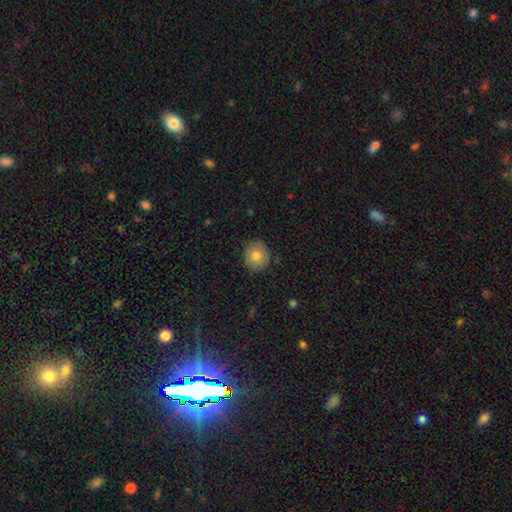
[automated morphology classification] A smooth galaxy with no disk features (78%) that is round (84%).

Vote fractions:
- Smooth or featured? smooth: 78% / featured or disk: 14% / star or artifact: 9%
- How rounded? round: 84% / in between: 15% / cigar-shaped: 1%
- Merging? none: 86% / minor disturbance: 11% / major disturbance: 2% / merger: 1%